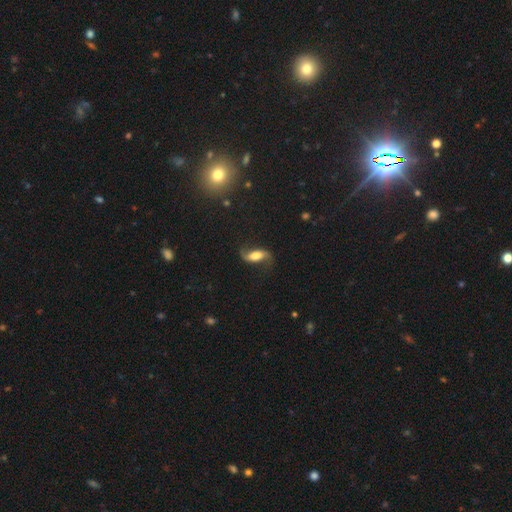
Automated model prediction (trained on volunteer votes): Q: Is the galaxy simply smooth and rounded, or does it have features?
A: featured or disk — 64%.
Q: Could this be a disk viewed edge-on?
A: no — 89%.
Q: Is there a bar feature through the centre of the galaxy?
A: no — 38%.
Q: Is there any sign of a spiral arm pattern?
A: yes — 92%.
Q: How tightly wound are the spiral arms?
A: loose — 78%.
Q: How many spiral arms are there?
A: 2 — 92%.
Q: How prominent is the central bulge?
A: moderate — 40%.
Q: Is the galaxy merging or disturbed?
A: none — 69%.